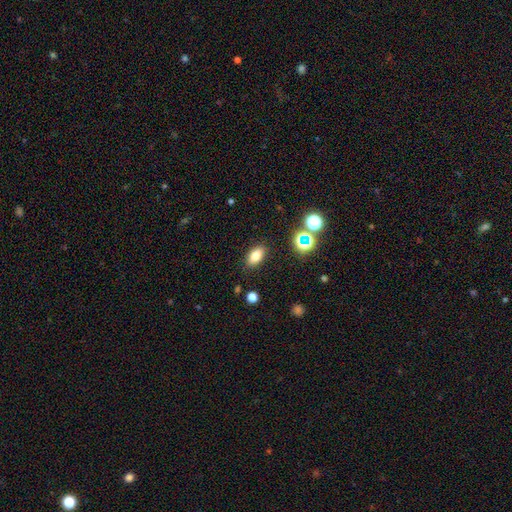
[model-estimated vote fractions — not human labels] smooth 78%, star or artifact 13%, featured or disk 9%. Down the decision tree: how rounded — in between (87%); merging — none (86%).